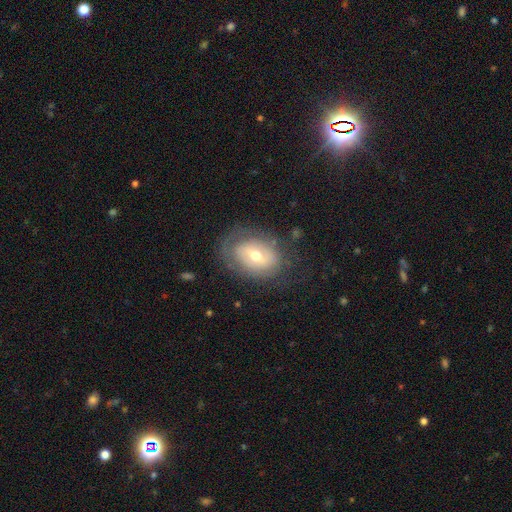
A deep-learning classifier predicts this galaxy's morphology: Smooth or featured?
  - featured or disk: 59% *
  - smooth: 33%
  - star or artifact: 7%
Edge-on disk?
  - no: 93% *
  - yes: 7%
Bar?
  - no: 41% * (tied)
  - weak: 41% * (tied)
  - strong: 18%
Spiral arms?
  - yes: 52% *
  - no: 48%
Bulge size?
  - moderate: 69% *
  - small: 23%
  - large: 6%
  - dominant: 1%
  - none: 1%
Merging?
  - none: 66% *
  - minor disturbance: 20%
  - major disturbance: 12%
  - merger: 2%